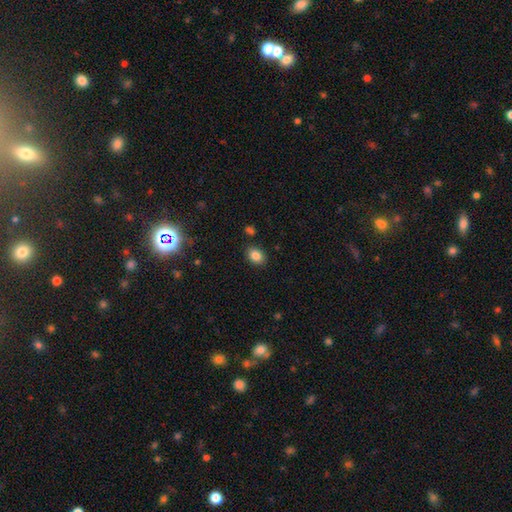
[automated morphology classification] Overall: smooth (85%). How rounded: in between (66%; round 33%). Merging: none (85%).